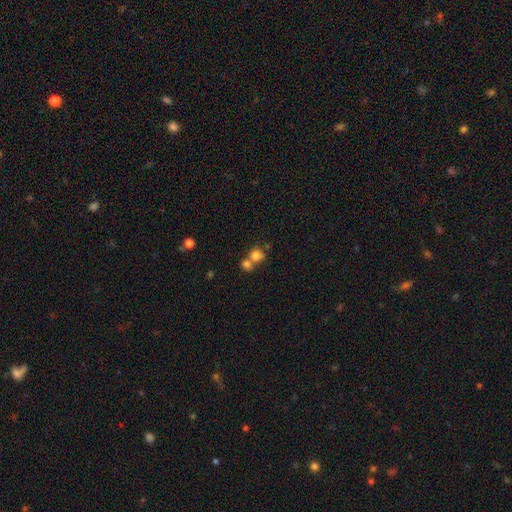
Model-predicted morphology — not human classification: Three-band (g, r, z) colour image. It shows a smooth galaxy with no disk features (78%) that is round (76%). Merging: merger (52%).